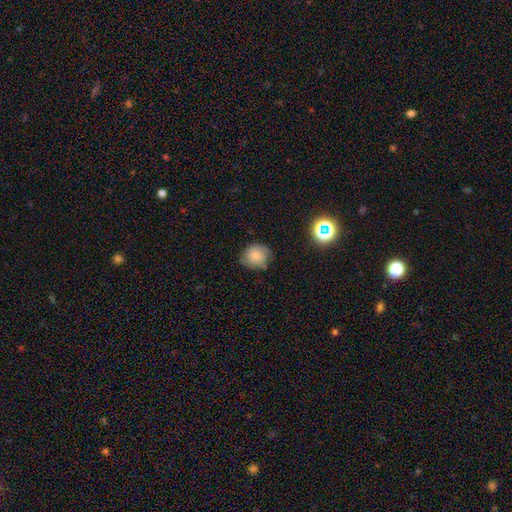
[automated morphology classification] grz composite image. It shows a smooth galaxy with no disk features (72%) that is round (68%). Merging: none (67%).